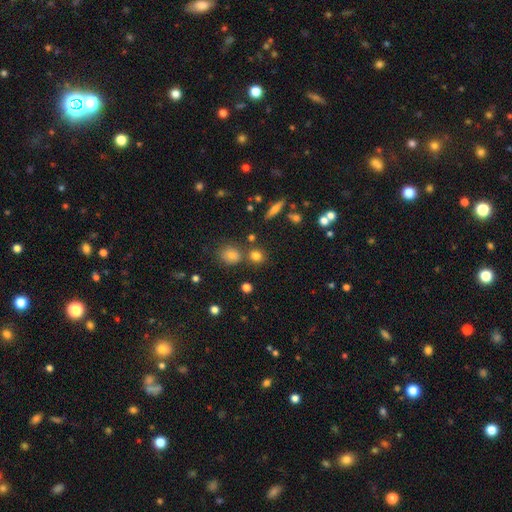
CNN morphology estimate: This is likely a smooth galaxy (77%). How rounded: clearly round (84%). Merging: likely none (77%).